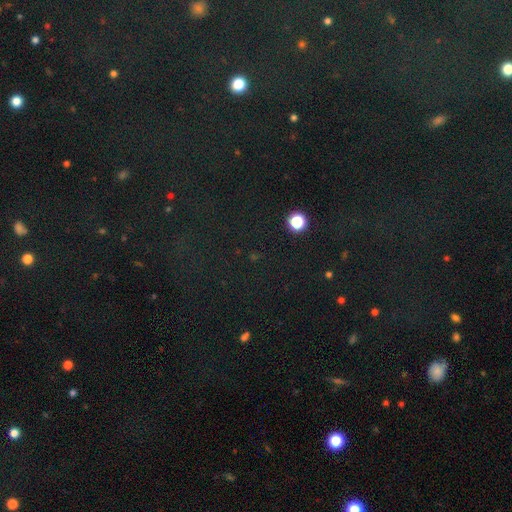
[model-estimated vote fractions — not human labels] smooth_or_featured: star or artifact (p=0.75) [alt: smooth p=0.16]